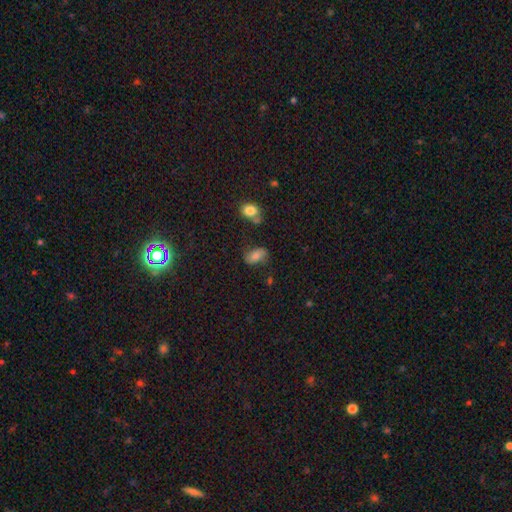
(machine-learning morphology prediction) A smooth galaxy with no disk features (68%) that is in between round and cigar-shaped (88%). Merging: none (66%).